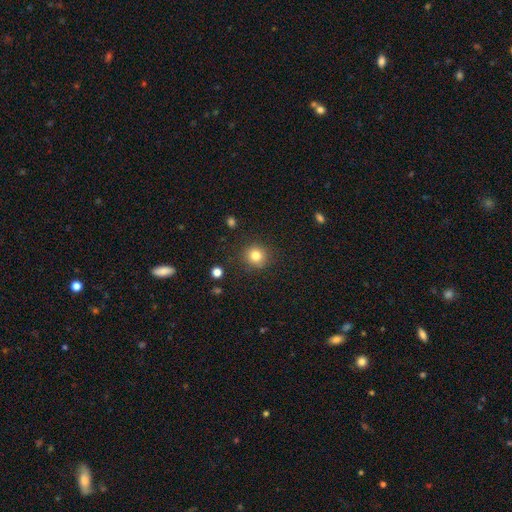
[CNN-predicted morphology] Smooth or featured? smooth (82%)
How rounded? round (91%)
Merging? none (88%)